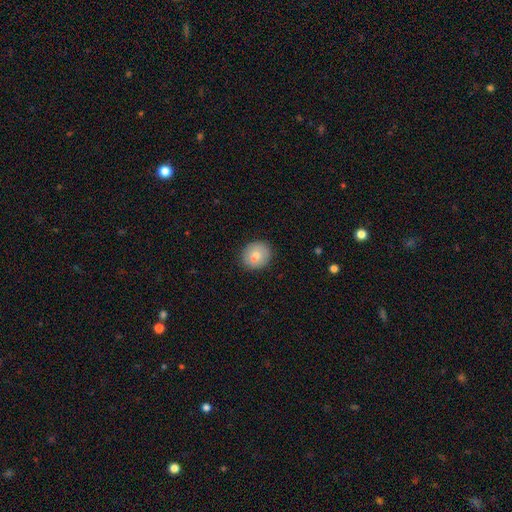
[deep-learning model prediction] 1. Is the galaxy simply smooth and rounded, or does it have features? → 79% smooth, 13% featured or disk, 8% star or artifact.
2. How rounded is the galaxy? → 75% round, 24% in between, 1% cigar-shaped.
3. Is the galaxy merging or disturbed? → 85% none, 11% minor disturbance, 3% major disturbance, 1% merger.